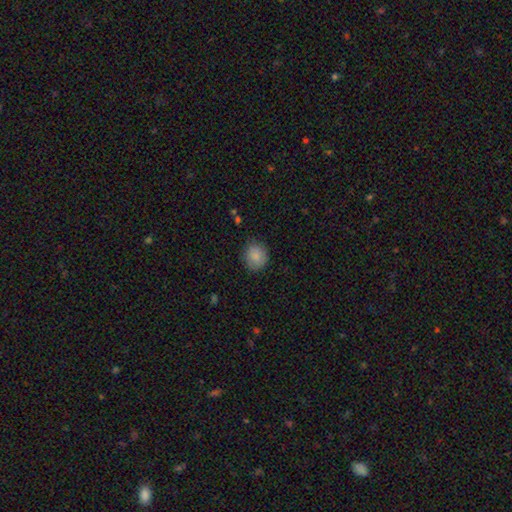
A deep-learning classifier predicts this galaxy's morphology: smooth_or_featured: smooth (p=0.86) [alt: star or artifact p=0.08]
how_rounded: round (p=0.85) [alt: in between p=0.14]
merging: none (p=0.82) [alt: minor disturbance p=0.13]